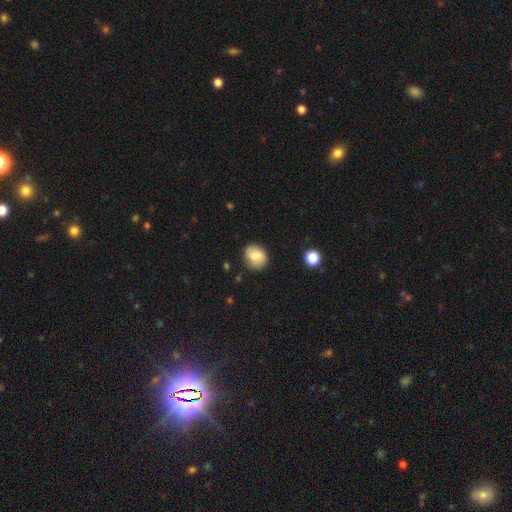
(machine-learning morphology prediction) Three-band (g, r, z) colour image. It shows a smooth galaxy with no disk features (71%) that is round (57%). Merging: none (79%).